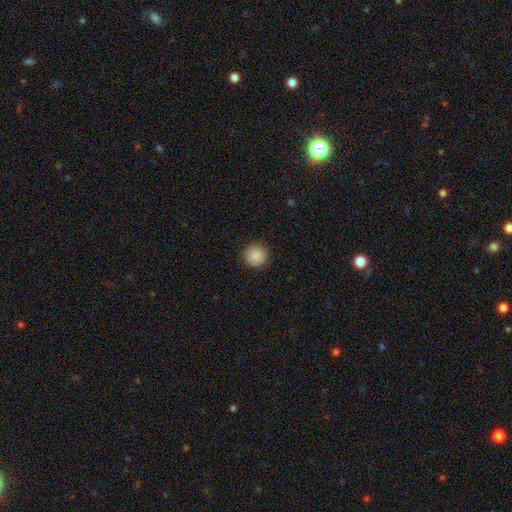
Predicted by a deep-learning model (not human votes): smooth_or_featured: smooth (p=0.88) [alt: star or artifact p=0.09]
how_rounded: round (p=0.96) [alt: in between p=0.03]
merging: none (p=0.92) [alt: minor disturbance p=0.05]